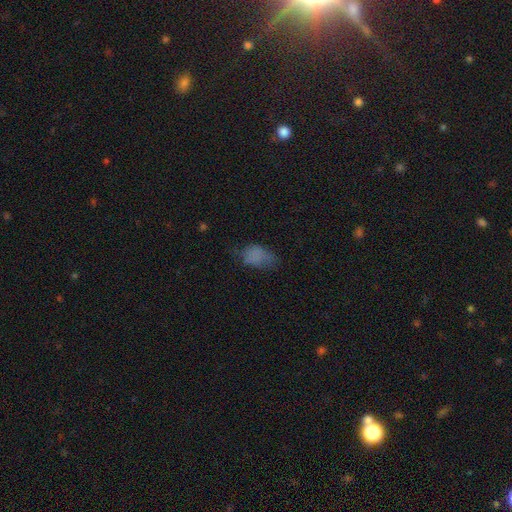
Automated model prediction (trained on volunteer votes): The model was most divided on "merging": none: 42%, minor disturbance: 33%, major disturbance: 22%, merger: 2%. More confident: how rounded — in between (87%); smooth or featured — smooth (72%).